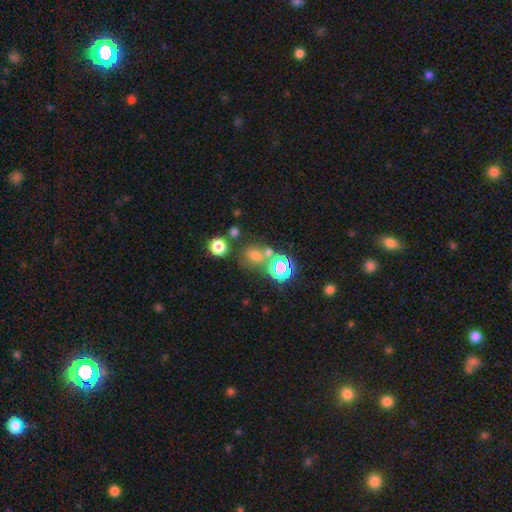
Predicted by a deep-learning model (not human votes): Smooth or featured? Predicted: smooth (p=0.56). How rounded? Predicted: round (p=0.62). Merging? Predicted: none (p=0.60).